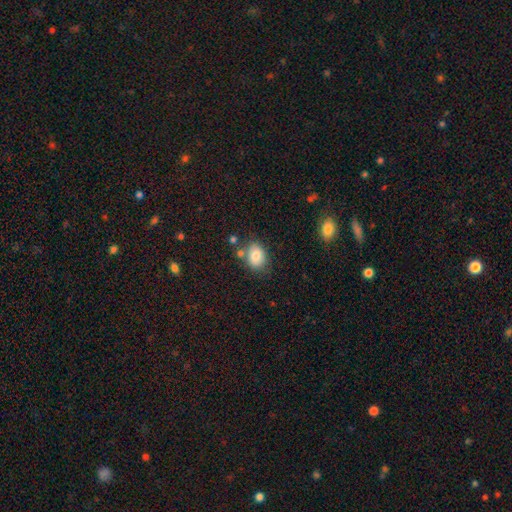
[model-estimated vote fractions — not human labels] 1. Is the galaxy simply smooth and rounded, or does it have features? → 82% smooth, 9% featured or disk, 9% star or artifact.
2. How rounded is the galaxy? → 68% in between, 31% round, 1% cigar-shaped.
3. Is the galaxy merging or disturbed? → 69% none, 16% minor disturbance, 10% merger, 4% major disturbance.